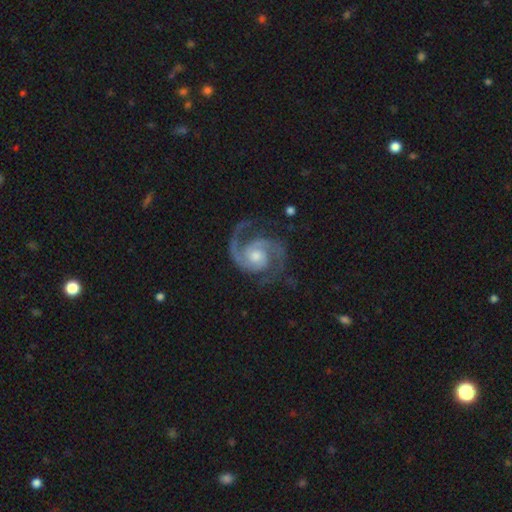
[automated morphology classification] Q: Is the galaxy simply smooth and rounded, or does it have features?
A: featured or disk — 94%.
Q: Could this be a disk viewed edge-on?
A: no — 98%.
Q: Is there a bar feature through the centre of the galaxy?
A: no — 68%.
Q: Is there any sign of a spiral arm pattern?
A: yes — 99%.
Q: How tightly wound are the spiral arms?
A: medium — 55%.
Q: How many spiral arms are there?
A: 2 — 91%.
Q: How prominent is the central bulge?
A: moderate — 59%.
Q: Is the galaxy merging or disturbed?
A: none — 77%.